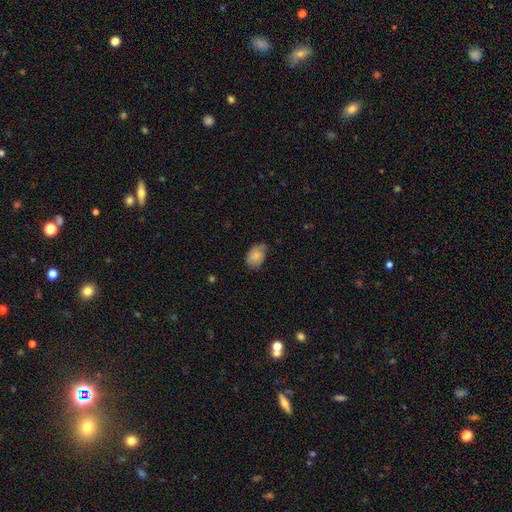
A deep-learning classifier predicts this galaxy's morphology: Overall: smooth (80%). How rounded: in between (85%). Merging: none (63%; minor disturbance 30%).